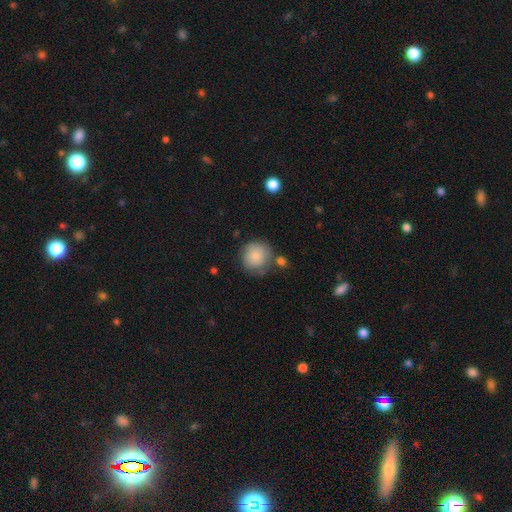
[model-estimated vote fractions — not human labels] Smooth or featured: smooth — 82% (featured or disk — 10%)
How rounded: round — 90% (in between — 9%)
Merging: none — 64% (minor disturbance — 21%)